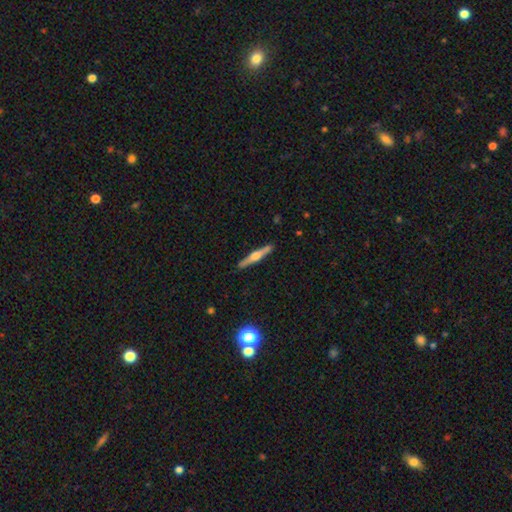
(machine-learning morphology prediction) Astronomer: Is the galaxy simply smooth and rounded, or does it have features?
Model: featured or disk — 66%.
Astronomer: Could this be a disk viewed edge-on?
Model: yes — 98%.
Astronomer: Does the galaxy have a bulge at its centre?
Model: rounded — 89%.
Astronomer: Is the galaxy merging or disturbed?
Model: none — 91%.